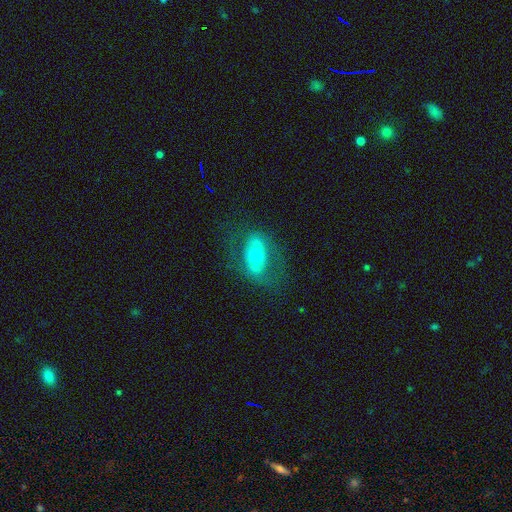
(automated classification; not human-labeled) This is possibly a featured or disk galaxy (49%). Merging: likely none (70%).